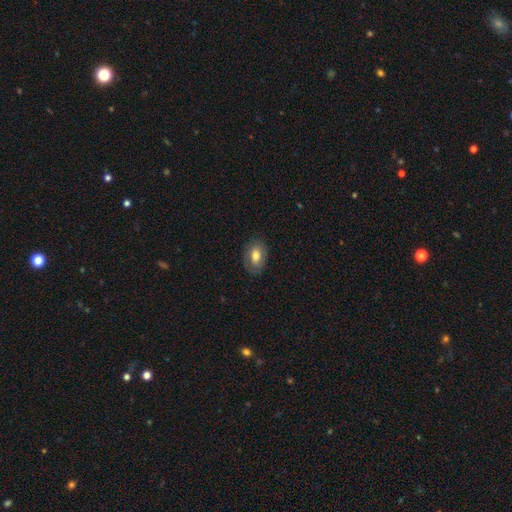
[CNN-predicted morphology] Smooth or featured?
  - smooth: 68% *
  - featured or disk: 25%
  - star or artifact: 7%
How rounded?
  - in between: 86% *
  - round: 12%
  - cigar-shaped: 1%
Merging?
  - none: 80% *
  - minor disturbance: 14%
  - major disturbance: 4%
  - merger: 1%